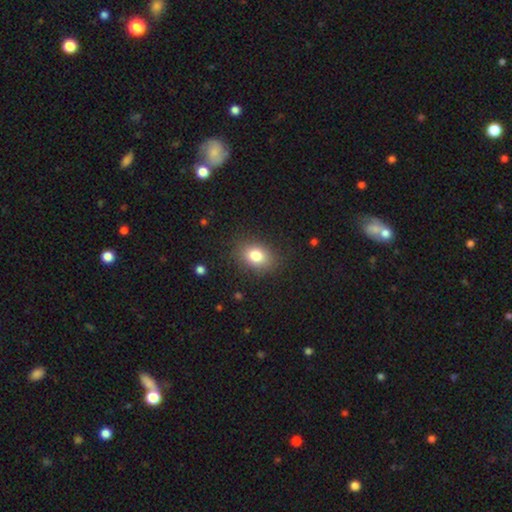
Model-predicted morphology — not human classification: Smooth or featured?
  - smooth: 80% *
  - star or artifact: 11%
  - featured or disk: 9%
How rounded?
  - in between: 65% *
  - round: 34%
  - cigar-shaped: 1%
Merging?
  - none: 84% *
  - minor disturbance: 11%
  - major disturbance: 4%
  - merger: 1%